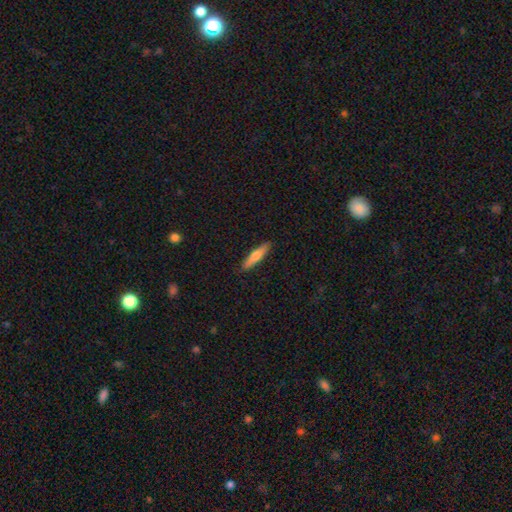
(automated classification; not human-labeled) A smooth galaxy with no disk features (59%) that is cigar-shaped (85%). Merging: none (89%).